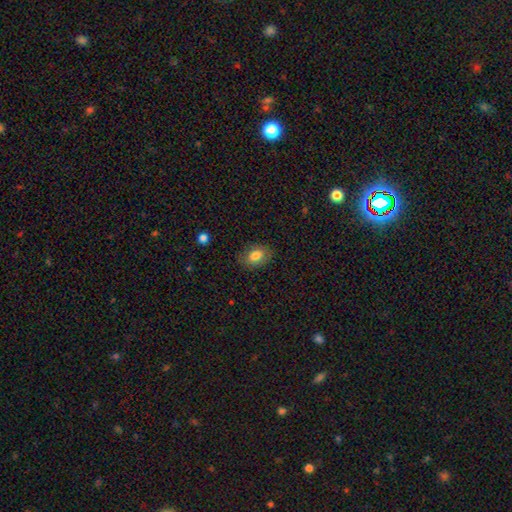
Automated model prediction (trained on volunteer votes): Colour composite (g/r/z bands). It shows a smooth galaxy with no disk features (80%) that is in between round and cigar-shaped (75%). Merging: none (82%).